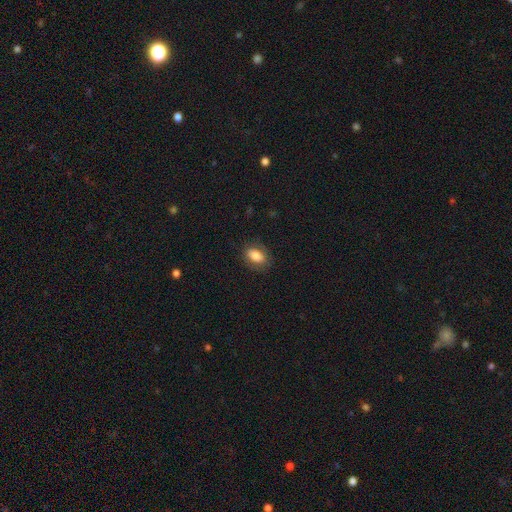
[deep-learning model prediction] smooth_or_featured: smooth (p=0.81) [alt: featured or disk p=0.11]
how_rounded: in between (p=0.86) [alt: round p=0.12]
merging: none (p=0.80) [alt: minor disturbance p=0.14]